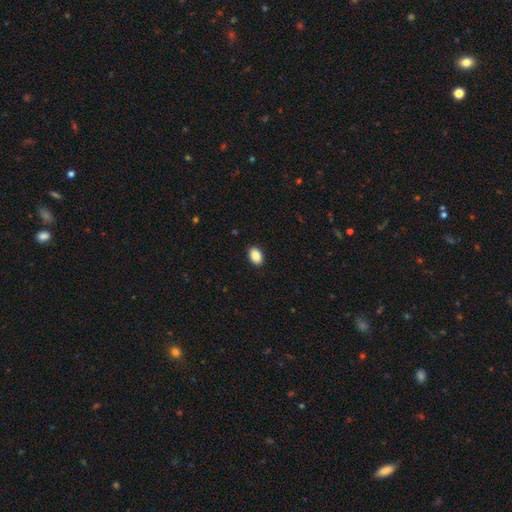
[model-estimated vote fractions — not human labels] Smooth or featured? Predicted: smooth (p=0.89). How rounded? Predicted: in between (p=0.87). Merging? Predicted: none (p=0.91).